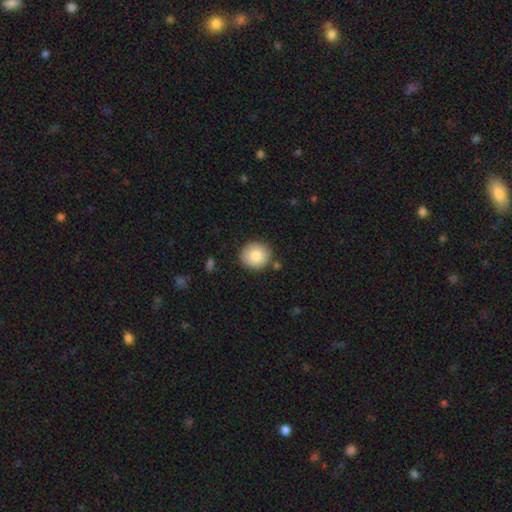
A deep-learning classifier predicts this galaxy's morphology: smooth_or_featured: smooth (p=0.84) [alt: featured or disk p=0.08]
how_rounded: round (p=0.90) [alt: in between p=0.09]
merging: none (p=0.85) [alt: minor disturbance p=0.09]